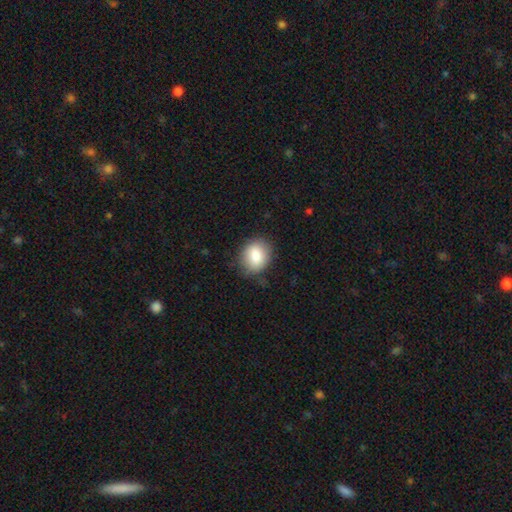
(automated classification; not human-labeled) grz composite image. It shows a smooth galaxy with no disk features (84%) that is round (54%). Merging: none (80%).